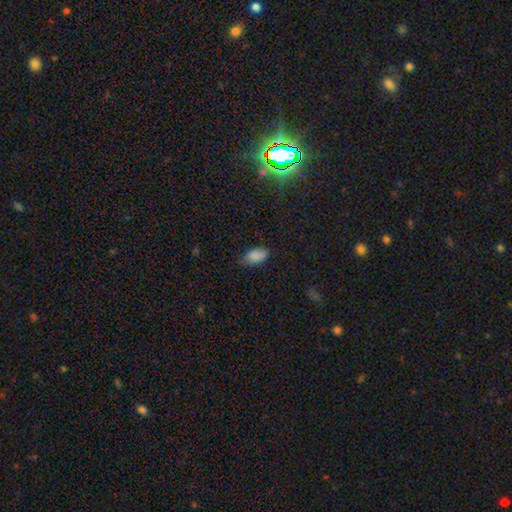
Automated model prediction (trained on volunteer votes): Q: Smooth or featured?
A: smooth (87%); runner-up: star or artifact (9%)
Q: How rounded?
A: in between (93%); runner-up: cigar-shaped (4%)
Q: Merging?
A: none (74%); runner-up: minor disturbance (21%)